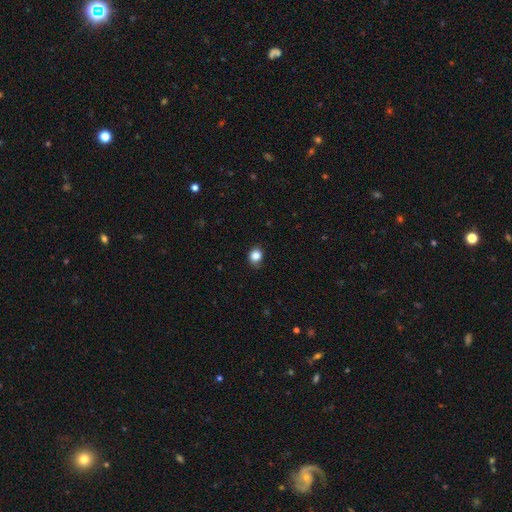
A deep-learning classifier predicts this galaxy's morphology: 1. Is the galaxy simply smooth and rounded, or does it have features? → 85% smooth, 11% star or artifact, 4% featured or disk.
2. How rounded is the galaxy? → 72% round, 27% in between, 1% cigar-shaped.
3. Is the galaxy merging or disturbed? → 76% none, 19% minor disturbance, 4% major disturbance, 1% merger.